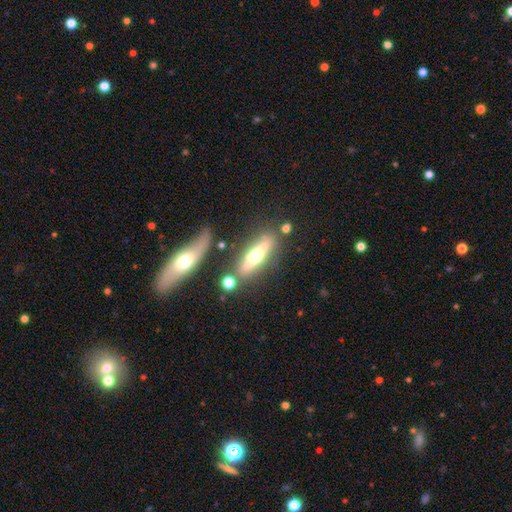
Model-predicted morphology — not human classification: Smooth or featured? Predicted: featured or disk (p=0.58). Edge-on disk? Predicted: yes (p=0.86). Merging? Predicted: none (p=0.69).